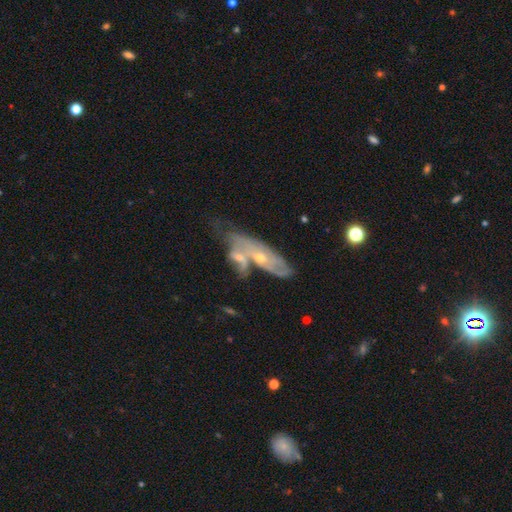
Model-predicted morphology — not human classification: Smooth or featured: featured or disk — 72% (smooth — 19%)
Edge-on disk: no — 77% (yes — 23%)
Bar: no — 69% (weak — 24%)
Spiral arms: yes — 75% (no — 25%)
Bulge size: small — 57% (moderate — 39%)
Merging: none — 44% (merger — 31%)